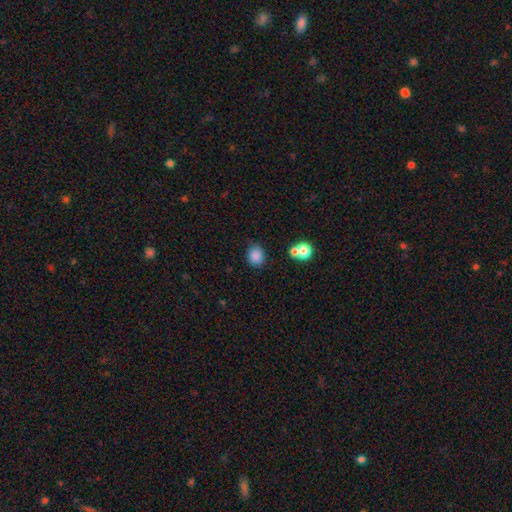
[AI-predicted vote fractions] Smooth or featured?
  - smooth: 85% *
  - star or artifact: 11%
  - featured or disk: 4%
How rounded?
  - round: 63% *
  - in between: 36%
  - cigar-shaped: 1%
Merging?
  - none: 77% *
  - minor disturbance: 14%
  - merger: 6%
  - major disturbance: 4%